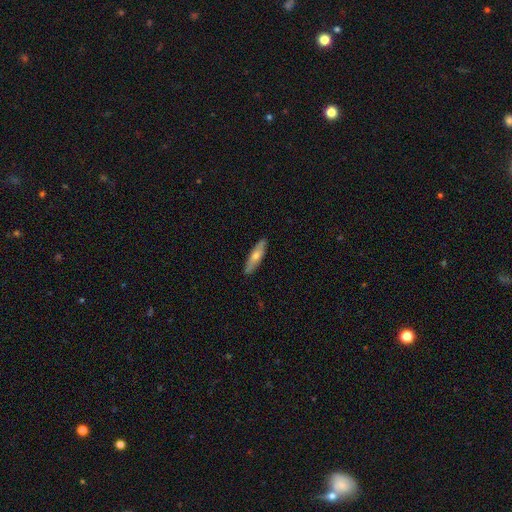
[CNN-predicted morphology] type=smooth (56%); roundness=cigar-shaped (76%); merging=none (89%).